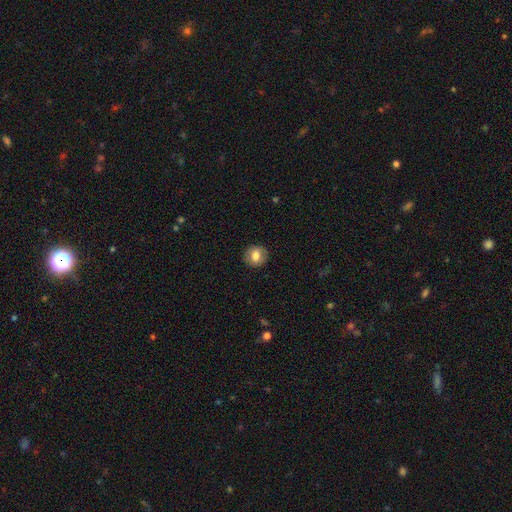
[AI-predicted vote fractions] A smooth galaxy with no disk features (76%) that is round (81%).

Vote fractions:
- Smooth or featured? smooth: 76% / featured or disk: 16% / star or artifact: 8%
- How rounded? round: 81% / in between: 18% / cigar-shaped: 1%
- Merging? none: 89% / minor disturbance: 8% / major disturbance: 2% / merger: 1%